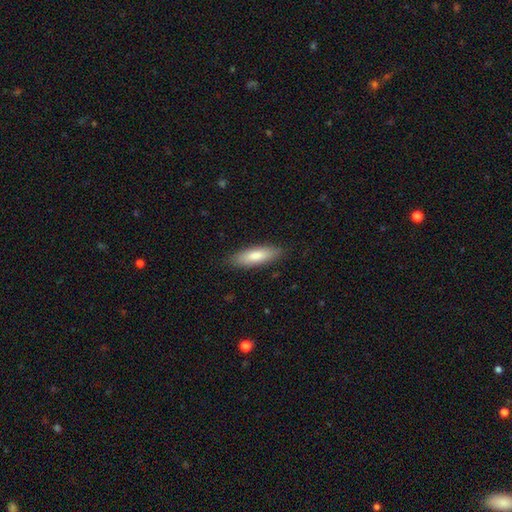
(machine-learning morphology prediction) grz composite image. It shows a smooth galaxy with no disk features (81%) that is in between round and cigar-shaped (50%). Merging: none (86%).